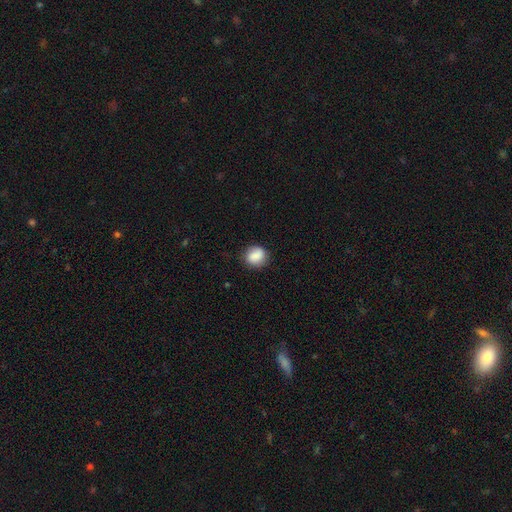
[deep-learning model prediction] smooth_or_featured: smooth (p=0.85) [alt: star or artifact p=0.08]
how_rounded: round (p=0.70) [alt: in between p=0.29]
merging: none (p=0.80) [alt: minor disturbance p=0.15]